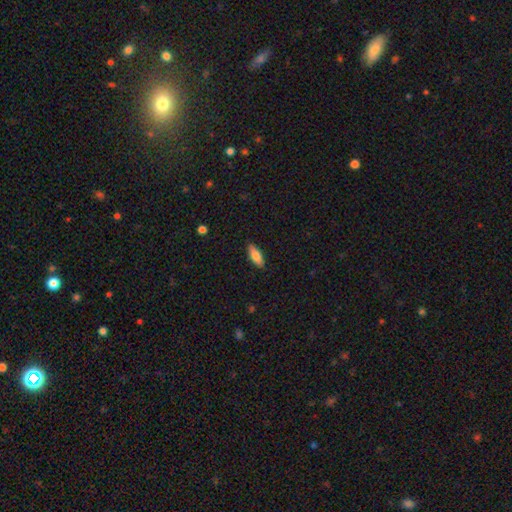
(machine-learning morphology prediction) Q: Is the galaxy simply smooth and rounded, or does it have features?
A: smooth — 79%.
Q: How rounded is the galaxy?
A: in between — 65%.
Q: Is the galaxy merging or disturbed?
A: none — 88%.